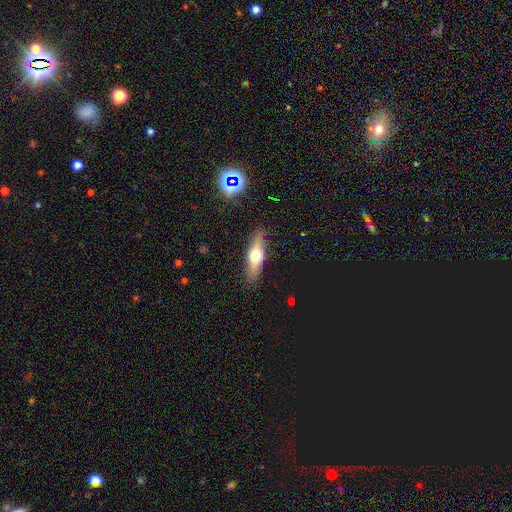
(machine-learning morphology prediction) This appears to be a featured or disk galaxy (47%). Merging: none (87%).